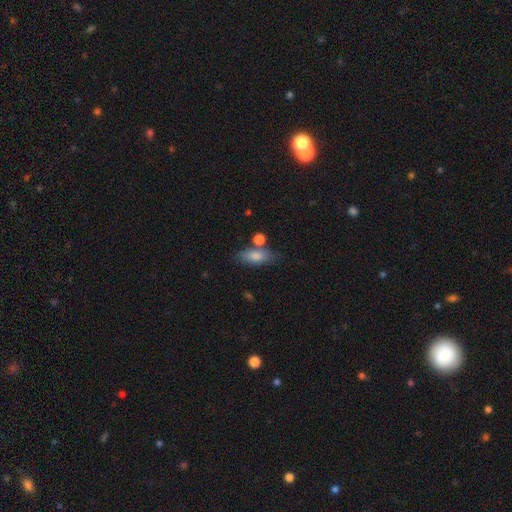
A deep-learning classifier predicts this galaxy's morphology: smooth-or-featured: smooth: 81% | featured or disk: 12% | star or artifact: 7%
  how-rounded: in between: 77% | cigar-shaped: 18% | round: 4%
  merging: none: 65% | minor disturbance: 17% | merger: 13% | major disturbance: 5%